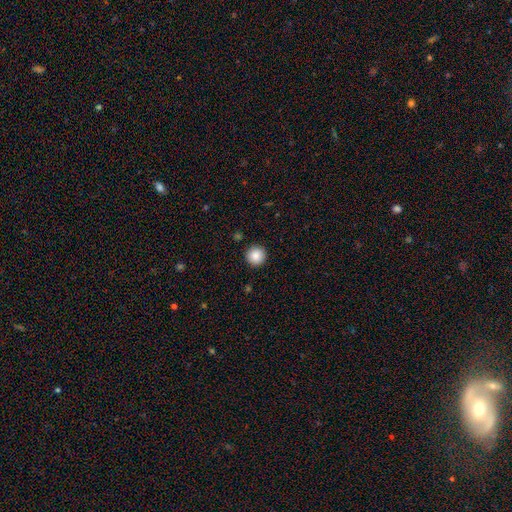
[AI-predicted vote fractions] smooth_or_featured: smooth (p=0.87) [alt: star or artifact p=0.09]
how_rounded: round (p=0.96) [alt: in between p=0.03]
merging: none (p=0.92) [alt: minor disturbance p=0.05]